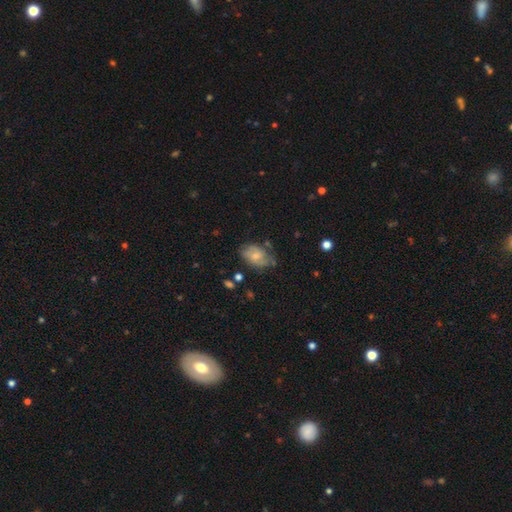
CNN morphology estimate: This appears to be a smooth galaxy with no disk features (55%) that is in between round and cigar-shaped (85%). Merging: none (54%).